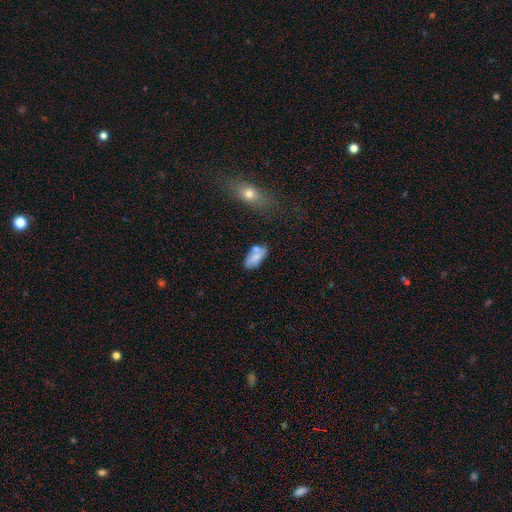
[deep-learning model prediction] The model was most divided on "merging": none: 56%, merger: 20%, minor disturbance: 19%, major disturbance: 6%. More confident: how rounded — in between (87%); smooth or featured — smooth (70%).